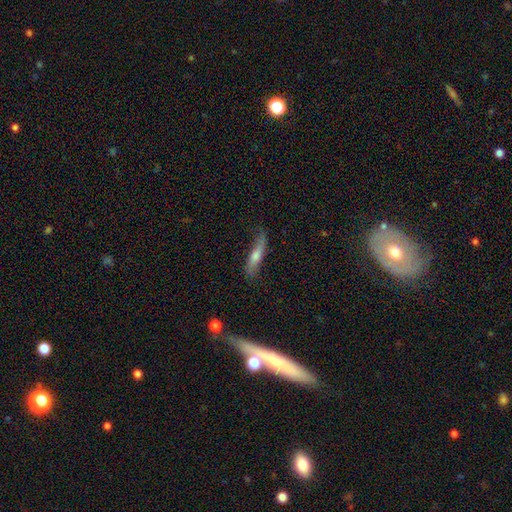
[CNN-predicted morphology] Smooth or featured: smooth — 48% (featured or disk — 45%)
Merging: none — 66% (minor disturbance — 25%)